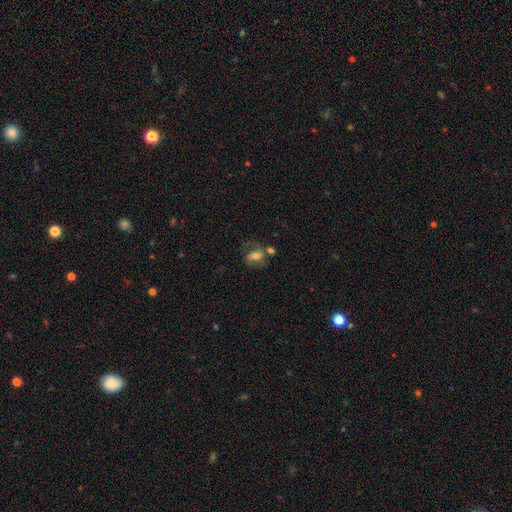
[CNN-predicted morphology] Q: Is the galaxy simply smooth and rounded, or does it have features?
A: featured or disk — 55%.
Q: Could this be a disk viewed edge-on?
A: no — 95%.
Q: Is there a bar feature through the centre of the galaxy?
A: weak — 40%.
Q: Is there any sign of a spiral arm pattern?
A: yes — 80%.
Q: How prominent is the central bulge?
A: moderate — 59%.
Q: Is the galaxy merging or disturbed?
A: none — 48%.